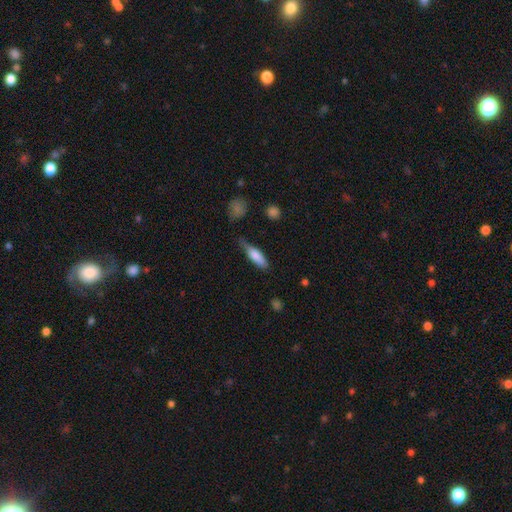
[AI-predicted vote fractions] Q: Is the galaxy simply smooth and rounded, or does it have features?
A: smooth — 78%.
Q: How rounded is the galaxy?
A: cigar-shaped — 55%.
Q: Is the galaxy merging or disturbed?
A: none — 54%.